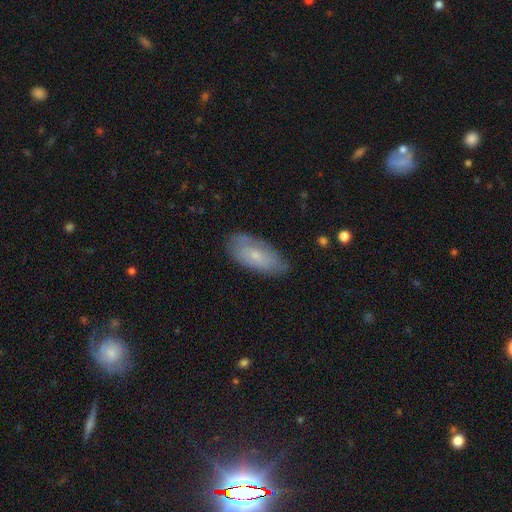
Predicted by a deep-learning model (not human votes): This is possibly a smooth galaxy (59%). How rounded: clearly in between (87%). Merging: likely none (74%).